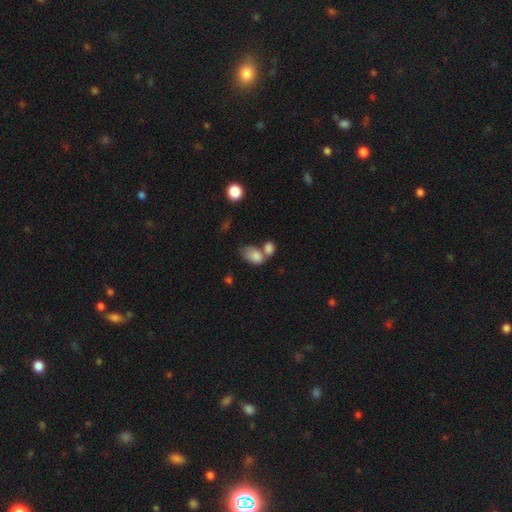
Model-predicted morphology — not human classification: smooth 81%, featured or disk 11%, star or artifact 8%. Down the decision tree: how rounded — in between (87%); merging — merger (49%).